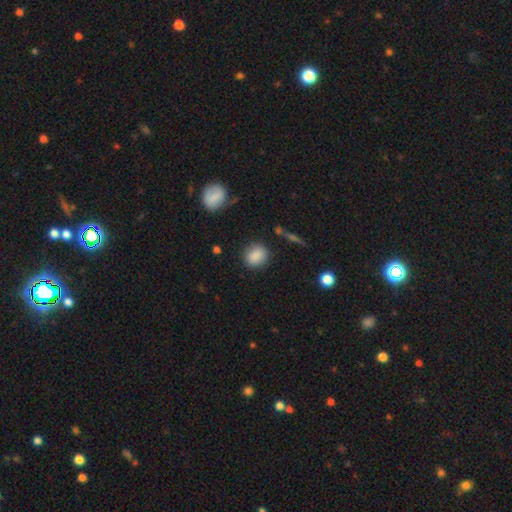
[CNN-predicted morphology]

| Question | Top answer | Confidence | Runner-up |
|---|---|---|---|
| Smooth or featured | smooth | 86% | star or artifact (8%) |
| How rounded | round | 68% | in between (30%) |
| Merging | none | 84% | minor disturbance (11%) |